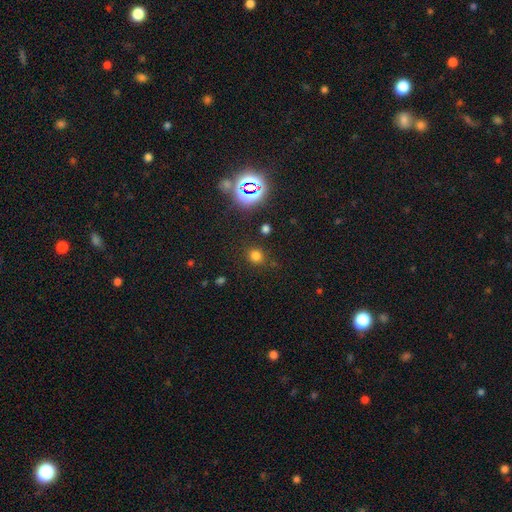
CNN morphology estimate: Overall: smooth (71%). How rounded: round (86%). Merging: none (83%).